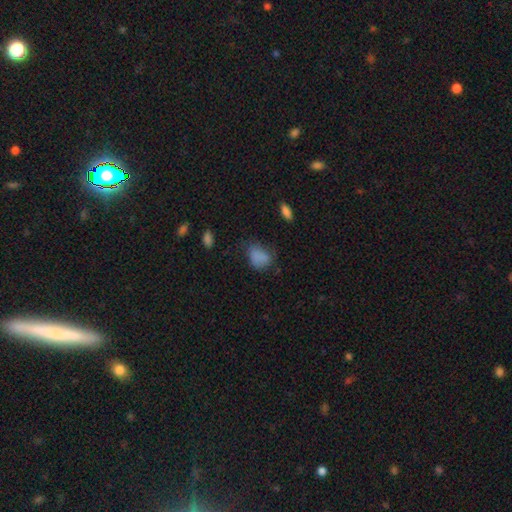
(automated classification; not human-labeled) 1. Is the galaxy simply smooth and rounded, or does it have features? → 77% smooth, 14% star or artifact, 9% featured or disk.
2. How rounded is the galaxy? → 67% in between, 31% round, 2% cigar-shaped.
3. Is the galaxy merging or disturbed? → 54% none, 29% minor disturbance, 14% major disturbance, 3% merger.